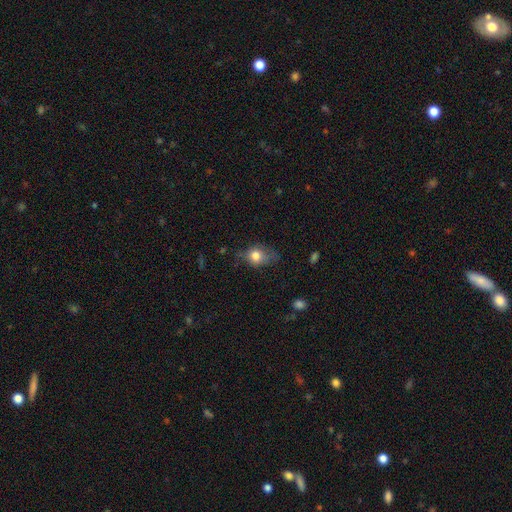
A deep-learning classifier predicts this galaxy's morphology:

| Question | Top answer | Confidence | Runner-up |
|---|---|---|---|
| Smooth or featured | smooth | 75% | featured or disk (16%) |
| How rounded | in between | 57% | round (40%) |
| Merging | none | 44% | minor disturbance (36%) |